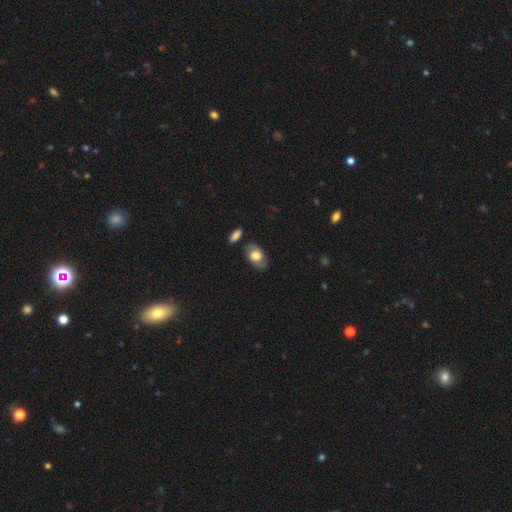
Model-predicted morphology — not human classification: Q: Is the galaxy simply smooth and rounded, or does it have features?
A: smooth — 59%.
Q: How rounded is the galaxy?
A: in between — 84%.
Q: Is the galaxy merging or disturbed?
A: none — 72%.